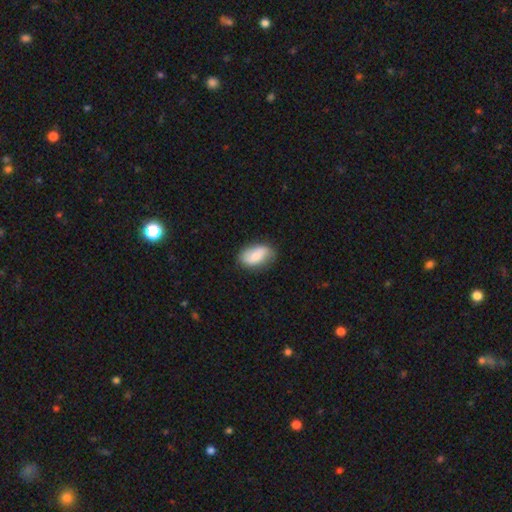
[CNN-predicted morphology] Q: Smooth or featured?
A: smooth (65%); runner-up: featured or disk (28%)
Q: How rounded?
A: in between (92%); runner-up: round (6%)
Q: Merging?
A: none (76%); runner-up: minor disturbance (19%)